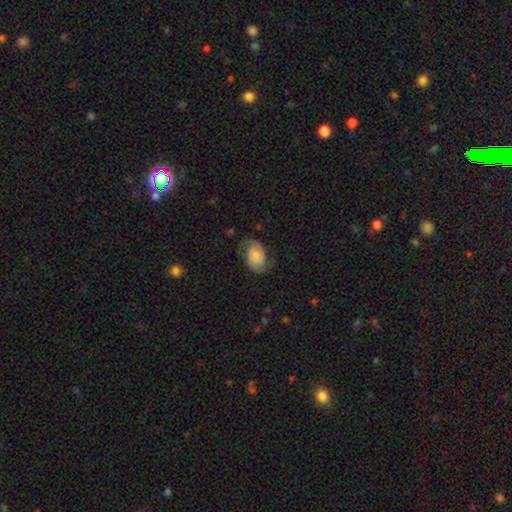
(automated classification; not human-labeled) A featured or disk galaxy (60%) with no bar (70%), 2 (89%) medium (43%) spiral arms (91%) and a small central bulge (32%).

Vote fractions:
- Smooth or featured? featured or disk: 60% / smooth: 32% / star or artifact: 8%
- Edge-on disk? no: 97% / yes: 3%
- Bar? no: 70% / weak: 24% / strong: 5%
- Spiral arms? yes: 91% / no: 9%
- Spiral winding? medium: 43% / loose: 32% / tight: 25%
- Spiral arm count? 2: 89% / can't tell: 5% / 1: 3% / 3: 1% / 4: 1% / more than 4: 1%
- Bulge size? small: 32% / none: 27% / moderate: 19% / large: 14% / dominant: 7%
- Merging? none: 65% / minor disturbance: 21% / major disturbance: 12% / merger: 1%